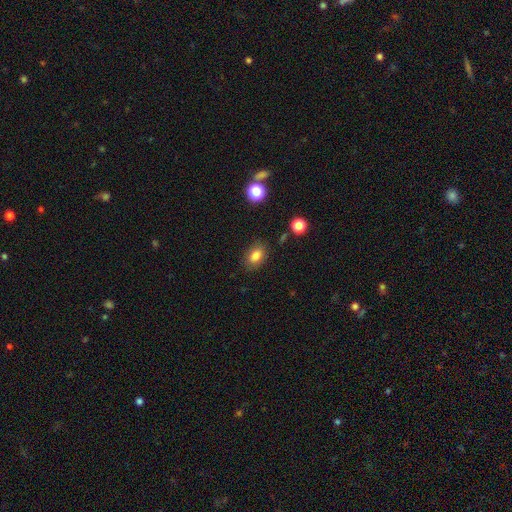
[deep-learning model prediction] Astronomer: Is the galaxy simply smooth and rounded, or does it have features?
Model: smooth — 82%.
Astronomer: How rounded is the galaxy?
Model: in between — 79%.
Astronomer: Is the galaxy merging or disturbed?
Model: none — 82%.